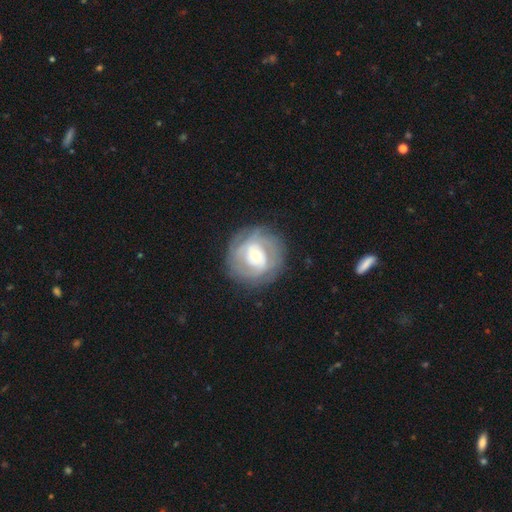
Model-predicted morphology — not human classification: smooth-or-featured: featured or disk: 74% | smooth: 19% | star or artifact: 6%
  disk-edge-on: no: 97% | yes: 3%
    bar: no: 49% | weak: 36% | strong: 14%
    has-spiral-arms: yes: 83% | no: 17%
      spiral-winding: tight: 66% | medium: 25% | loose: 9%
      spiral-arm-count: can't tell: 40% | 2: 29% | 3: 15% | 4: 6% | 1: 5% | more than 4: 4%
    bulge-size: moderate: 62% | small: 30% | large: 6% | dominant: 1% | none: 1%
  merging: none: 80% | minor disturbance: 13% | major disturbance: 6% | merger: 1%